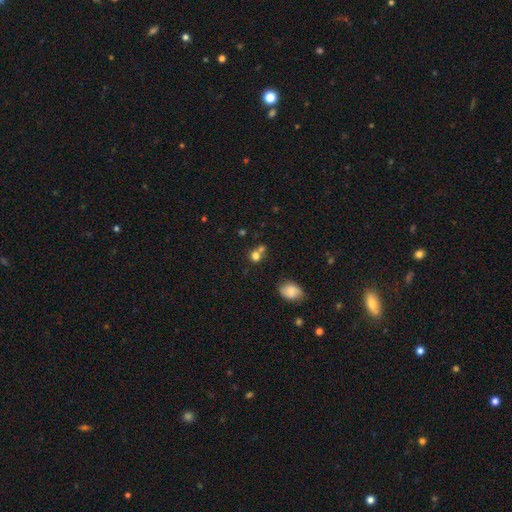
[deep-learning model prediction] Overall: smooth (76%). How rounded: round (77%). Merging: none (47%; merger 40%).